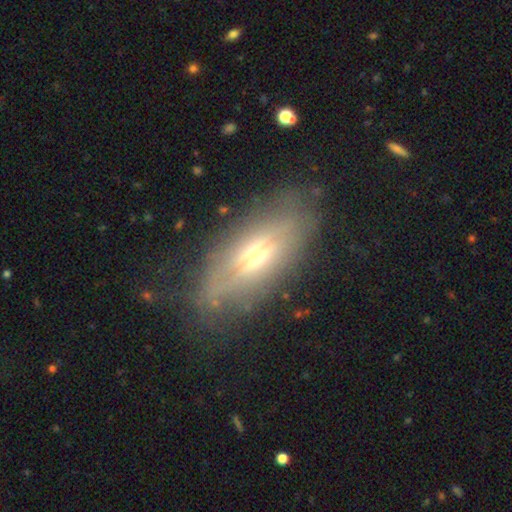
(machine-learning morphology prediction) type=featured or disk (68%); edge-on=yes (81%); edge-on bulge=rounded (84%); merging=none (70%).